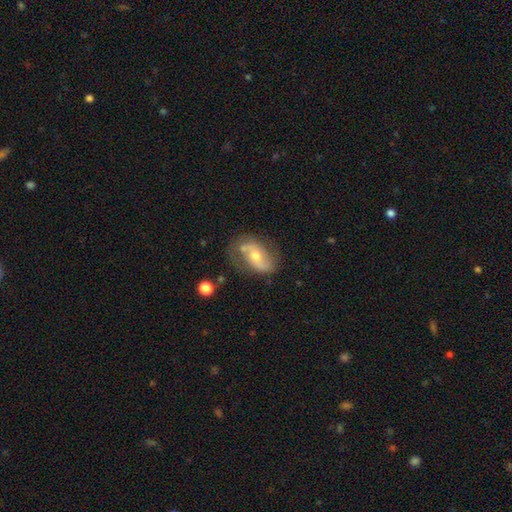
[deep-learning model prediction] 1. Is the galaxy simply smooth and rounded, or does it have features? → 72% featured or disk, 21% smooth, 8% star or artifact.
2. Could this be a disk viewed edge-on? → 95% no, 5% yes.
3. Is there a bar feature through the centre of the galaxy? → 52% no, 32% weak, 16% strong.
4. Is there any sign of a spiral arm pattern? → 85% yes, 15% no.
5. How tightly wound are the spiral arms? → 49% loose, 36% medium, 15% tight.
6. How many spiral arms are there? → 85% 2, 8% can't tell, 5% 1, 1% 3, 1% 4, 1% more than 4.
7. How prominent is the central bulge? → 60% moderate, 35% small, 3% large, 1% none, 1% dominant.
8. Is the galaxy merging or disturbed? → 64% none, 22% minor disturbance, 9% major disturbance, 5% merger.